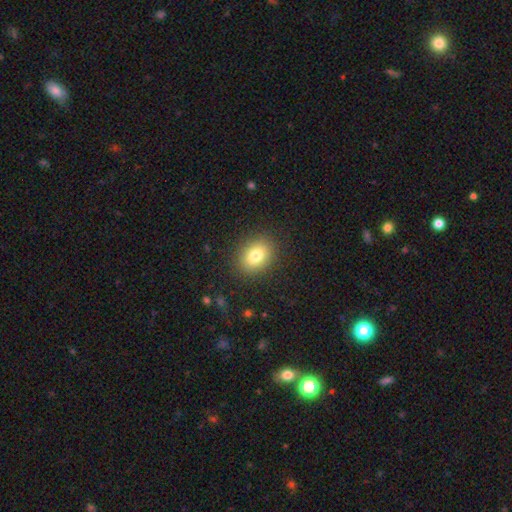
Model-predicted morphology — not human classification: A smooth galaxy with no disk features (80%) that is in between round and cigar-shaped (58%).

Vote fractions:
- Smooth or featured? smooth: 80% / star or artifact: 10% / featured or disk: 10%
- How rounded? in between: 58% / round: 41% / cigar-shaped: 1%
- Merging? none: 88% / minor disturbance: 8% / major disturbance: 3% / merger: 1%